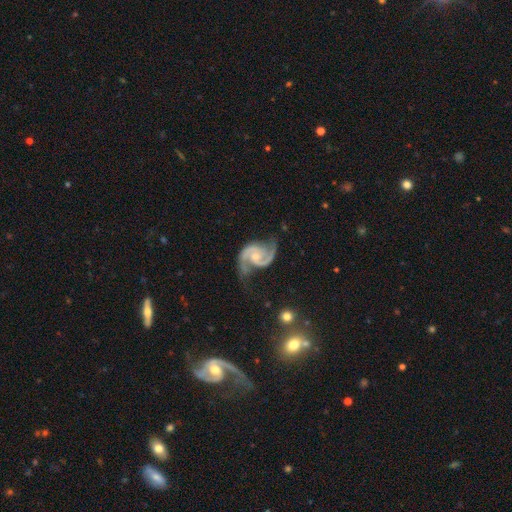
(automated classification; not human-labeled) smooth-or-featured: featured or disk: 94% | star or artifact: 4% | smooth: 3%
  disk-edge-on: no: 98% | yes: 2%
    bar: no: 59% | weak: 33% | strong: 8%
    has-spiral-arms: yes: 99% | no: 1%
      spiral-winding: medium: 61% | loose: 20% | tight: 19%
      spiral-arm-count: 2: 94% | 3: 2% | can't tell: 1% | 1: 1% | 4: 1% | more than 4: 1%
    bulge-size: small: 47% | moderate: 40% | none: 10% | large: 3% | dominant: 1%
  merging: none: 71% | minor disturbance: 19% | major disturbance: 8% | merger: 2%